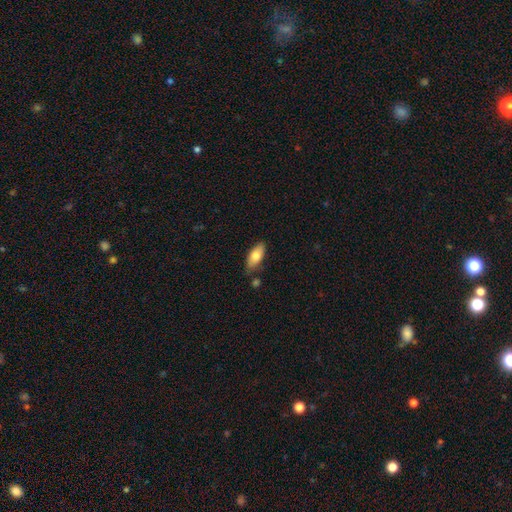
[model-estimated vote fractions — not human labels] smooth-or-featured: smooth: 77% | featured or disk: 16% | star or artifact: 6%
  how-rounded: in between: 84% | cigar-shaped: 13% | round: 2%
  merging: none: 74% | minor disturbance: 18% | merger: 5% | major disturbance: 3%